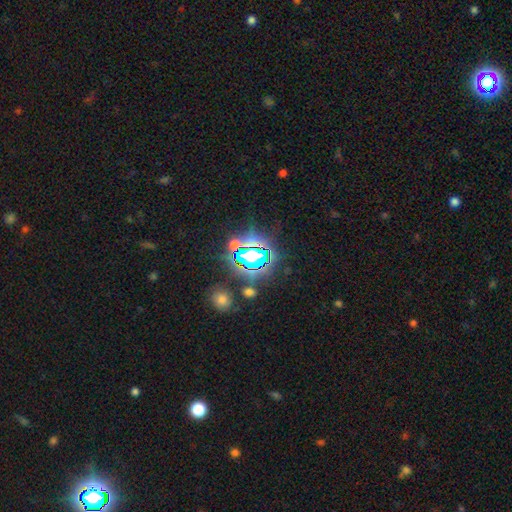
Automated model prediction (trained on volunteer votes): Morphology: type=star or artifact (75%).